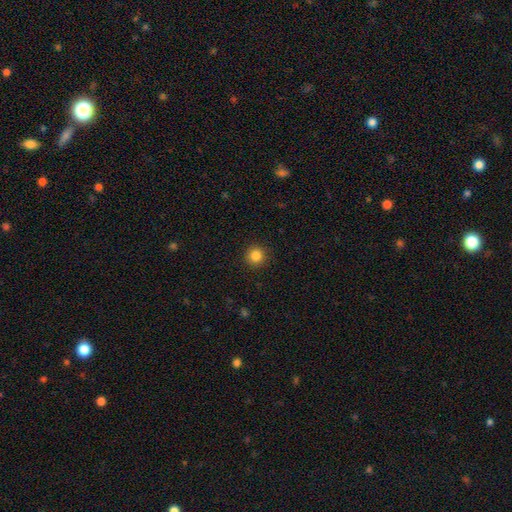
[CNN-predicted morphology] The model was most divided on "smooth or featured": smooth: 84%, star or artifact: 11%, featured or disk: 5%. More confident: how rounded — round (94%); merging — none (92%).